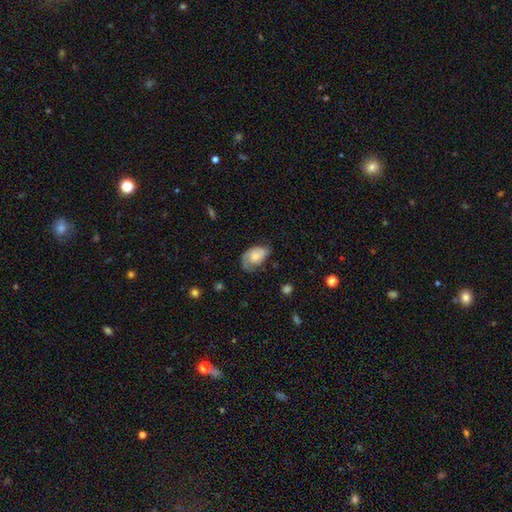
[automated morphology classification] type=smooth (52%); roundness=in between (88%); merging=none (45%).